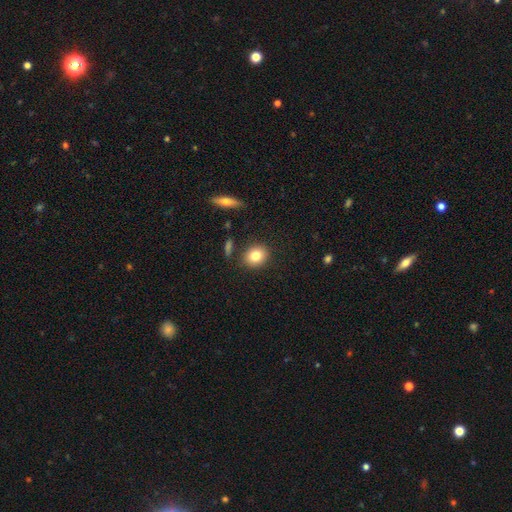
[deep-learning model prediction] This appears to be a smooth galaxy with no disk features (81%) that is round (64%). Merging: none (85%).